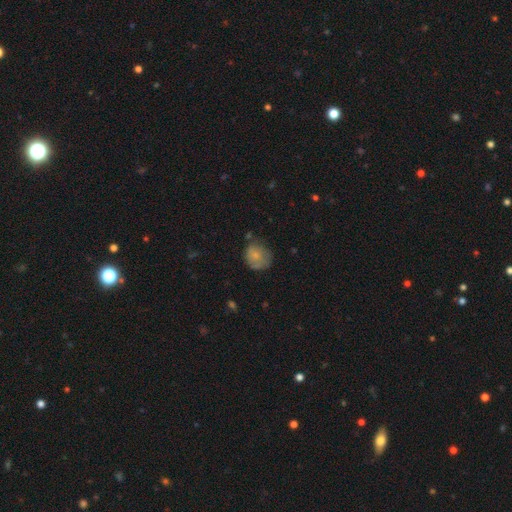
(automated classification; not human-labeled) This is likely a smooth galaxy (70%). How rounded: likely round (66%). Merging: possibly none (53%).